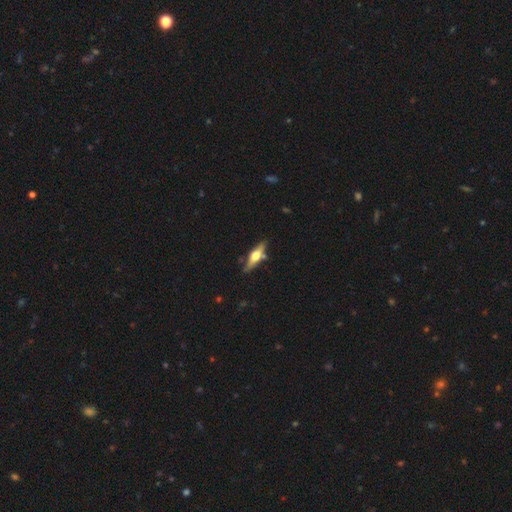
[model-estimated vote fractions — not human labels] Q: Smooth or featured?
A: featured or disk (62%); runner-up: smooth (32%)
Q: Edge-on disk?
A: yes (93%); runner-up: no (7%)
Q: Edge-on bulge?
A: rounded (94%); runner-up: boxy (4%)
Q: Merging?
A: none (78%); runner-up: minor disturbance (14%)